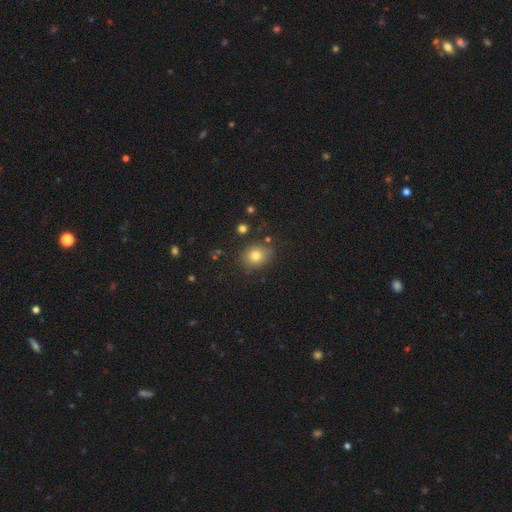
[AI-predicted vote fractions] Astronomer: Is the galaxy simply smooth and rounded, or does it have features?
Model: smooth — 79%.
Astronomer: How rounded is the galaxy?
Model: round — 63%.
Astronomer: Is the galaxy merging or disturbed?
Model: none — 81%.